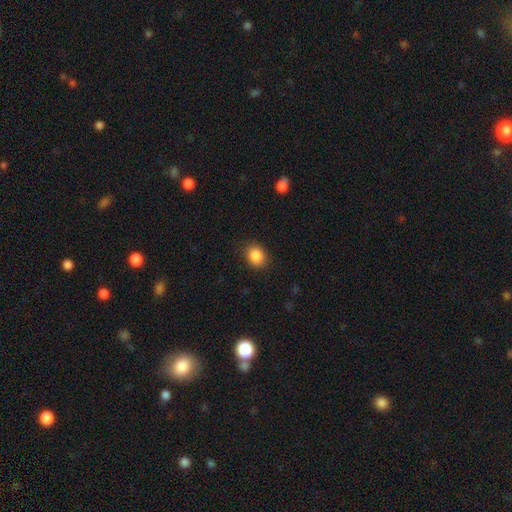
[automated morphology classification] This appears to be a smooth galaxy with no disk features (87%) that is round (51%). Merging: none (85%).